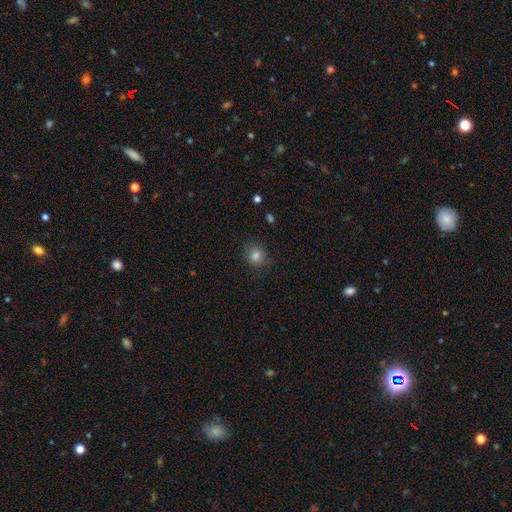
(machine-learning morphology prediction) The model was most divided on "how rounded": round: 83%, in between: 16%, cigar-shaped: 1%. More confident: merging — none (84%); smooth or featured — smooth (83%).